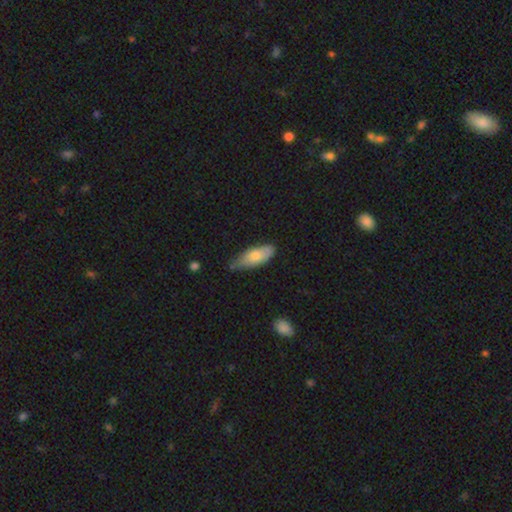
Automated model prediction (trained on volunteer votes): smooth_or_featured: smooth (p=0.72) [alt: featured or disk p=0.22]
how_rounded: in between (p=0.74) [alt: cigar-shaped p=0.24]
merging: none (p=0.48) [alt: minor disturbance p=0.41]